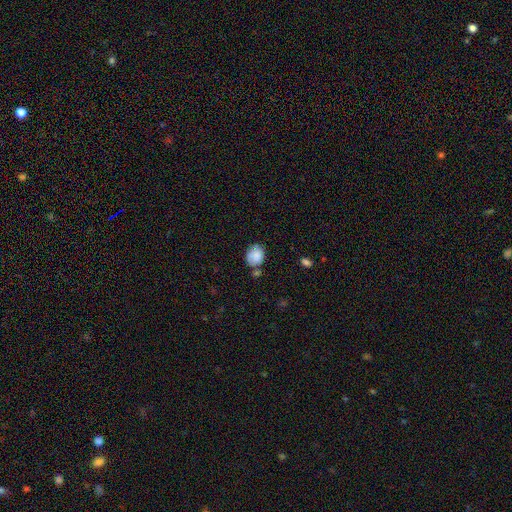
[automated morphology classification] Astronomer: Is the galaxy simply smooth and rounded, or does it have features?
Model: smooth — 79%.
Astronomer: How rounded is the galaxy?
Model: in between — 52% (runner-up: round, 47%).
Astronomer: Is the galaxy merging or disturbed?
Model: none — 54%.